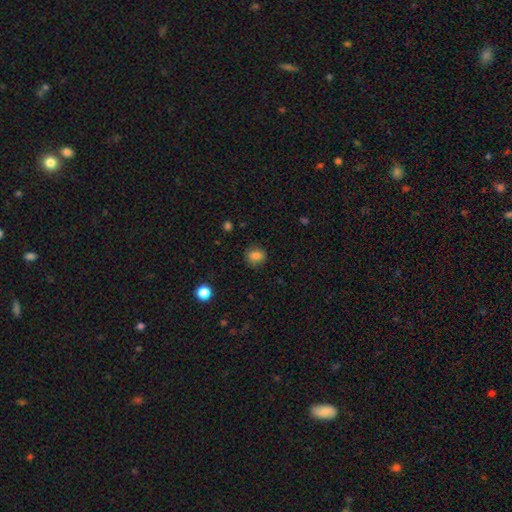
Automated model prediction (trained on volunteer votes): A smooth galaxy with no disk features (83%) that is round (59%). Merging: none (83%).